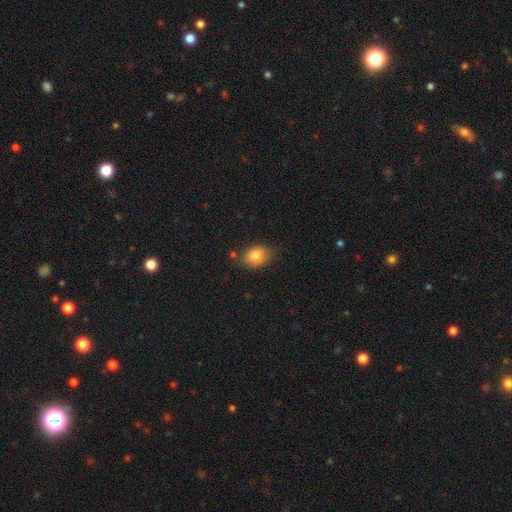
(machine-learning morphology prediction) This appears to be a smooth galaxy with no disk features (82%) that is in between round and cigar-shaped (70%). Merging: none (72%).